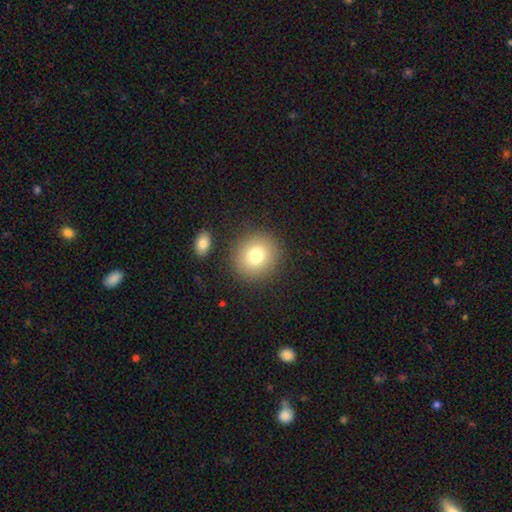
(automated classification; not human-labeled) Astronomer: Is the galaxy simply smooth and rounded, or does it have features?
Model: smooth — 77%.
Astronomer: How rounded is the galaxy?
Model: round — 86%.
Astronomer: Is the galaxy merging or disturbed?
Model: none — 86%.